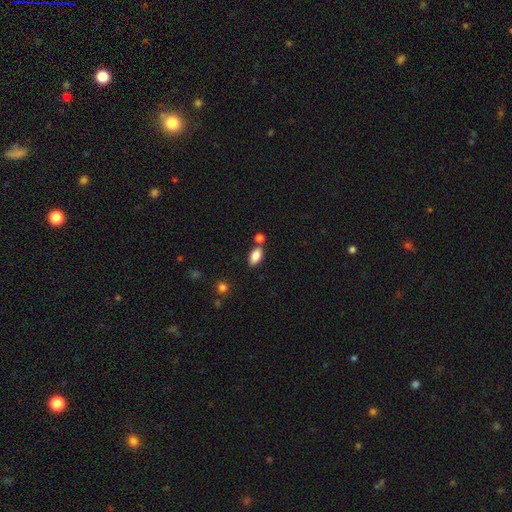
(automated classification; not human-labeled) This is clearly a smooth galaxy (85%). How rounded: clearly in between (92%). Merging: likely none (68%).